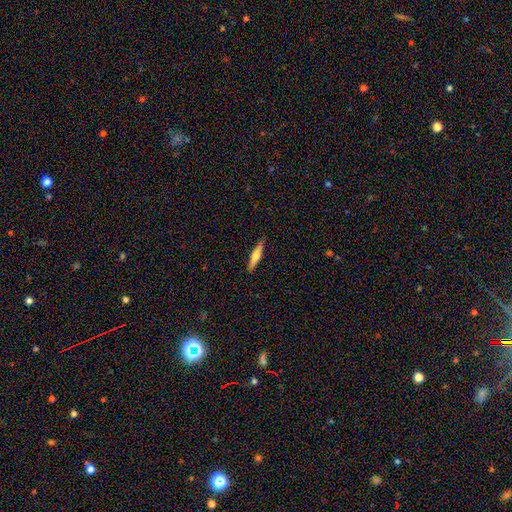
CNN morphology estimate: Smooth or featured?
  - smooth: 49% *
  - featured or disk: 46%
  - star or artifact: 6%
Merging?
  - none: 86% *
  - minor disturbance: 10%
  - major disturbance: 2%
  - merger: 1%